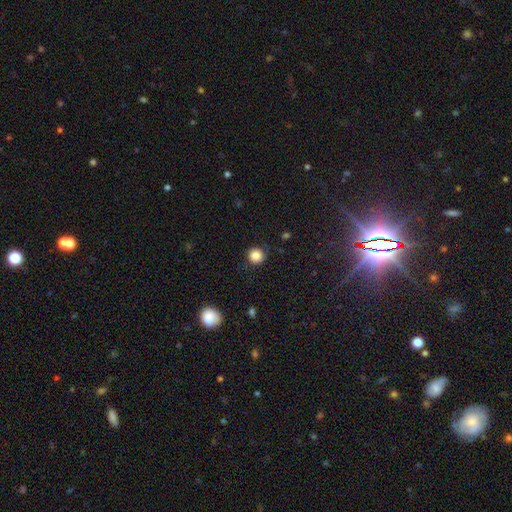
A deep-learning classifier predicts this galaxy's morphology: A smooth galaxy with no disk features (85%) that is round (92%). Merging: none (88%).